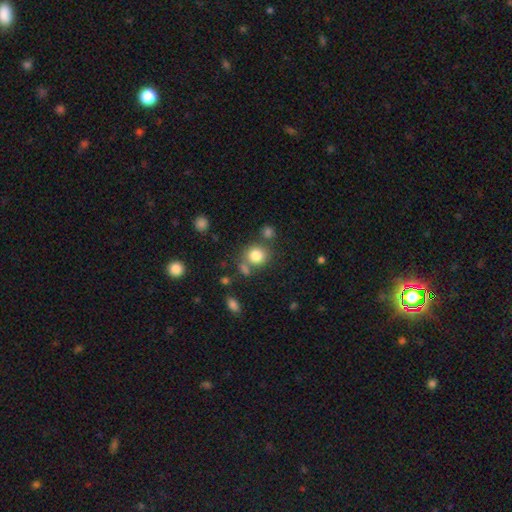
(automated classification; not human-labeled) smooth-or-featured: smooth: 81% | star or artifact: 12% | featured or disk: 7%
  how-rounded: round: 85% | in between: 15% | cigar-shaped: 1%
  merging: none: 68% | merger: 16% | minor disturbance: 11% | major disturbance: 5%